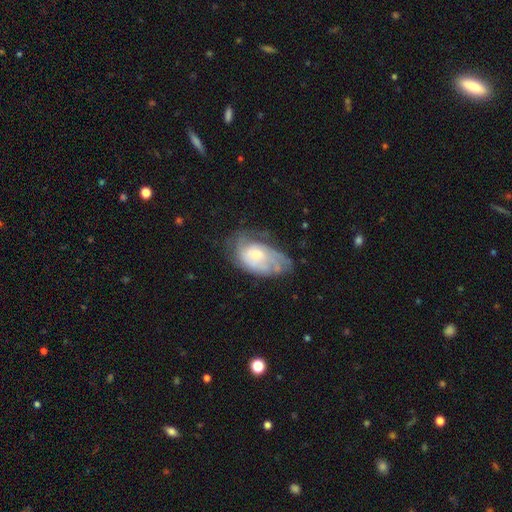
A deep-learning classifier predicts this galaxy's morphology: Smooth or featured: featured or disk — 68% (smooth — 25%)
Edge-on disk: no — 96% (yes — 4%)
Bar: no — 76% (weak — 21%)
Spiral arms: yes — 83% (no — 17%)
Spiral winding: tight — 52% (medium — 33%)
Spiral arm count: can't tell — 50% (2 — 19%)
Bulge size: small — 45% (moderate — 41%)
Merging: none — 49% (minor disturbance — 28%)